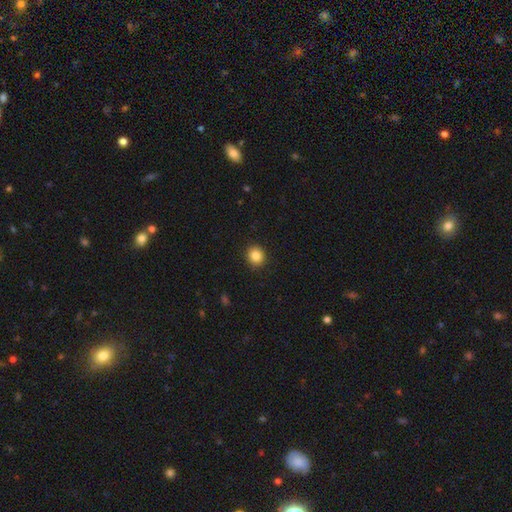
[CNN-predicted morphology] Smooth or featured? smooth (86%)
How rounded? round (84%)
Merging? none (92%)